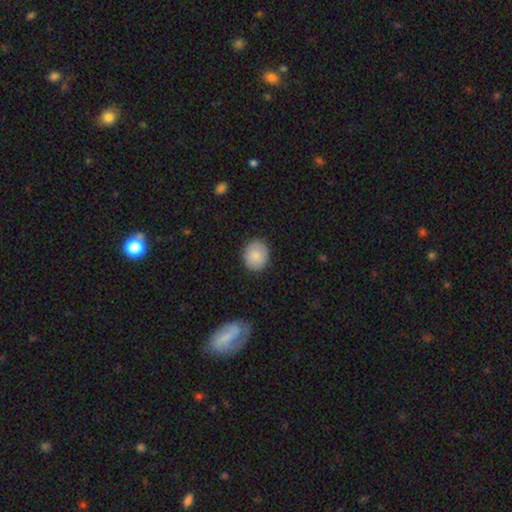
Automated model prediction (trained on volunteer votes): This is clearly a smooth galaxy (85%). How rounded: likely round (69%). Merging: clearly none (89%).